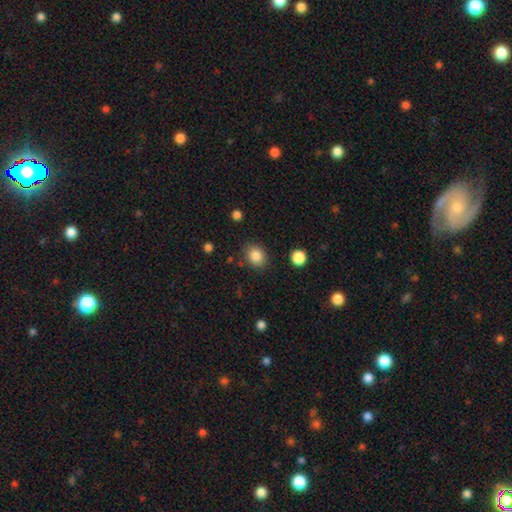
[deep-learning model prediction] Q: Smooth or featured?
A: smooth (85%); runner-up: star or artifact (10%)
Q: How rounded?
A: round (62%); runner-up: in between (37%)
Q: Merging?
A: none (85%); runner-up: minor disturbance (10%)